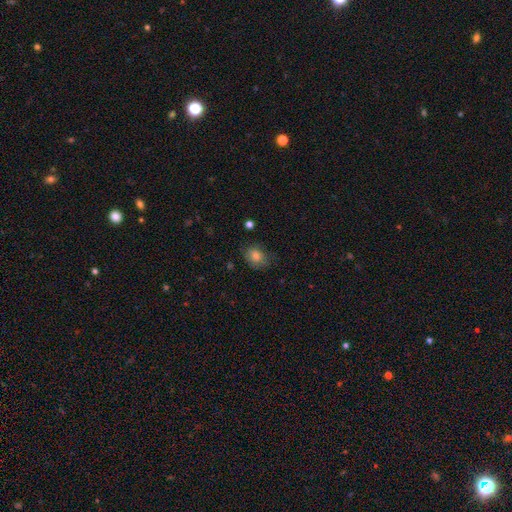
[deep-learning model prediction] This appears to be a smooth galaxy with no disk features (77%) that is in between round and cigar-shaped (60%). Merging: none (69%).